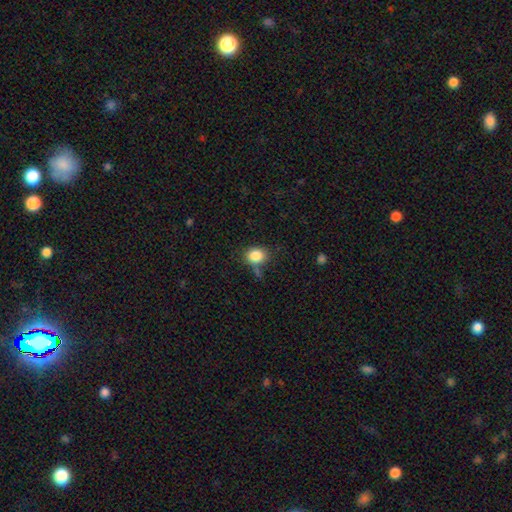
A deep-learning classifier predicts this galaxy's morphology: Smooth or featured: smooth — 84% (star or artifact — 10%)
How rounded: round — 57% (in between — 42%)
Merging: none — 64% (minor disturbance — 20%)